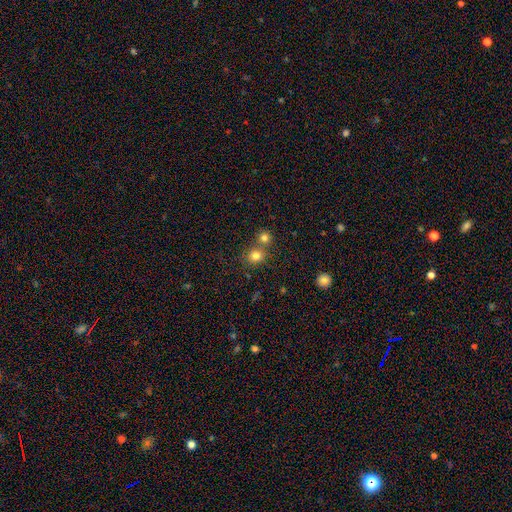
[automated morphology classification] smooth-or-featured: smooth: 79% | star or artifact: 14% | featured or disk: 7%
  how-rounded: round: 81% | in between: 18% | cigar-shaped: 1%
  merging: none: 58% | merger: 32% | minor disturbance: 7% | major disturbance: 2%